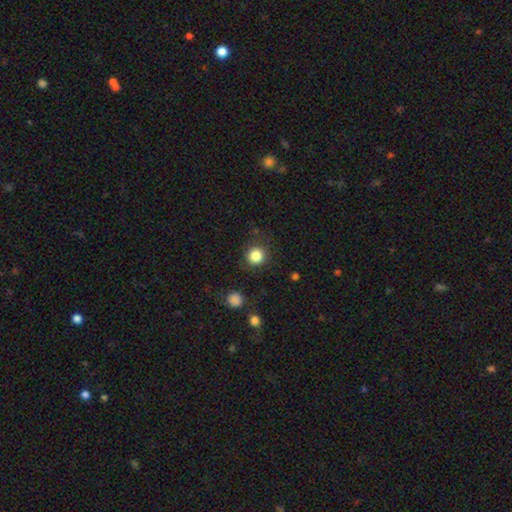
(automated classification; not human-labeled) The model was most divided on "smooth or featured": smooth: 85%, star or artifact: 11%, featured or disk: 5%. More confident: how rounded — round (92%); merging — none (86%).